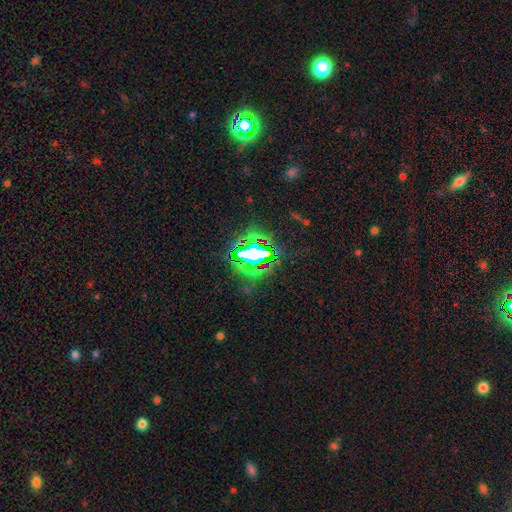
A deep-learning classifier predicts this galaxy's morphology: smooth-or-featured: star or artifact: 70% | smooth: 15% | featured or disk: 15%